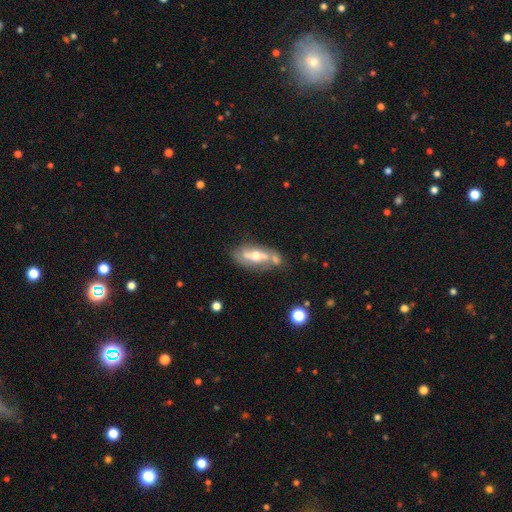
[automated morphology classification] smooth-or-featured: featured or disk: 61% | smooth: 31% | star or artifact: 8%
  disk-edge-on: no: 74% | yes: 26%
  merging: none: 48% | merger: 23% | minor disturbance: 20% | major disturbance: 8%